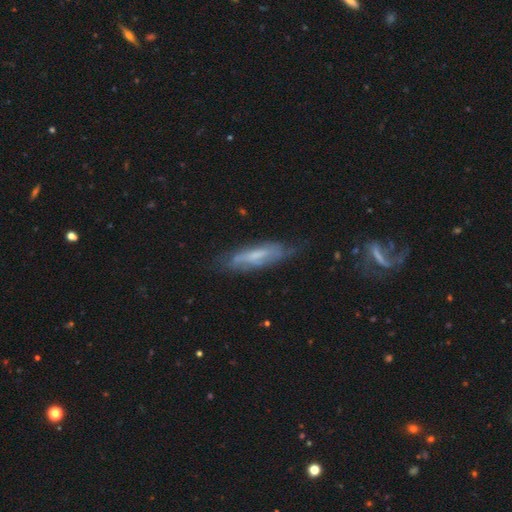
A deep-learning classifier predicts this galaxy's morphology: Smooth or featured?
  - featured or disk: 55% *
  - smooth: 37%
  - star or artifact: 8%
Edge-on disk?
  - no: 61% *
  - yes: 39%
Merging?
  - none: 63% *
  - minor disturbance: 26%
  - major disturbance: 9%
  - merger: 2%